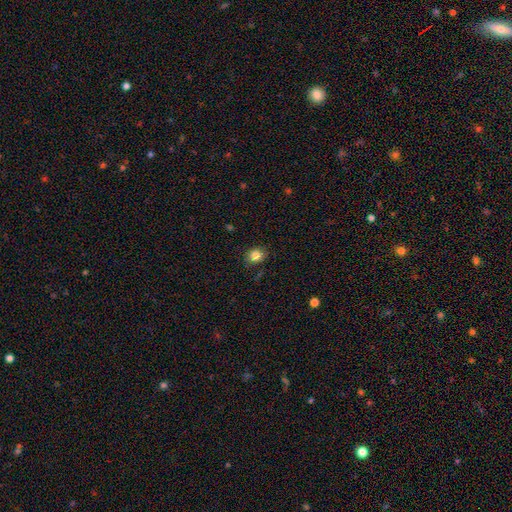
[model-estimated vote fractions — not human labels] smooth_or_featured: smooth (p=0.84) [alt: star or artifact p=0.10]
how_rounded: round (p=0.54) [alt: in between p=0.45]
merging: none (p=0.82) [alt: minor disturbance p=0.14]